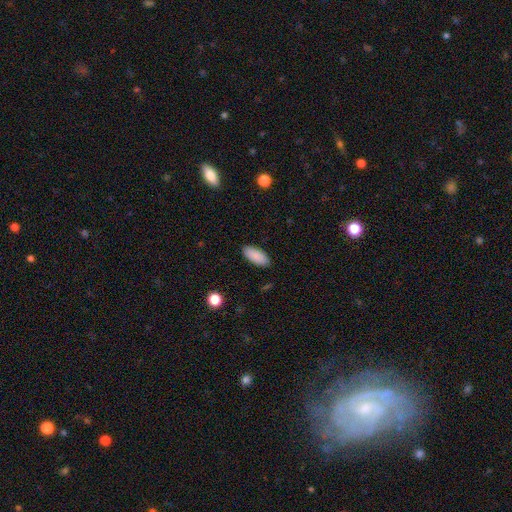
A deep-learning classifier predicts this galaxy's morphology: The model was most divided on "how rounded": in between: 86%, cigar-shaped: 12%, round: 2%. More confident: merging — none (89%); smooth or featured — smooth (89%).